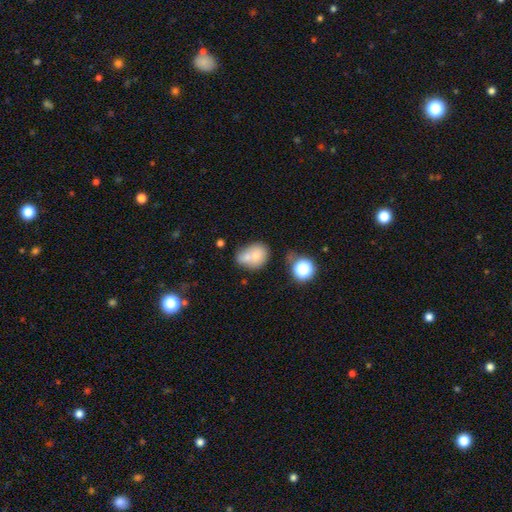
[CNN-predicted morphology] A smooth galaxy with no disk features (67%) that is round (55%).

Vote fractions:
- Smooth or featured? smooth: 67% / featured or disk: 22% / star or artifact: 11%
- How rounded? round: 55% / in between: 44% / cigar-shaped: 1%
- Merging? merger: 53% / none: 29% / minor disturbance: 12% / major disturbance: 5%